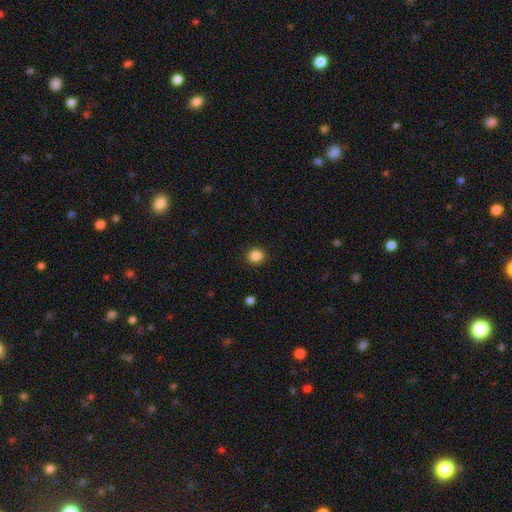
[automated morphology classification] Overall: smooth (86%). How rounded: round (81%). Merging: none (91%).